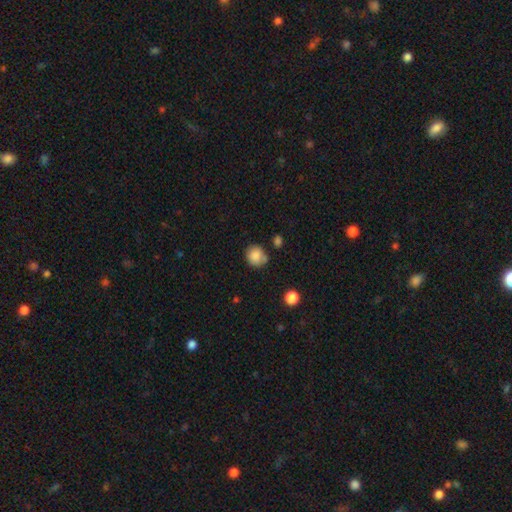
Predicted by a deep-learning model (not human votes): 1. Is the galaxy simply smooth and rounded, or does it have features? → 85% smooth, 9% star or artifact, 5% featured or disk.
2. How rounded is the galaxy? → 84% round, 15% in between, 1% cigar-shaped.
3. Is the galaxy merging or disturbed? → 67% none, 19% minor disturbance, 9% merger, 5% major disturbance.